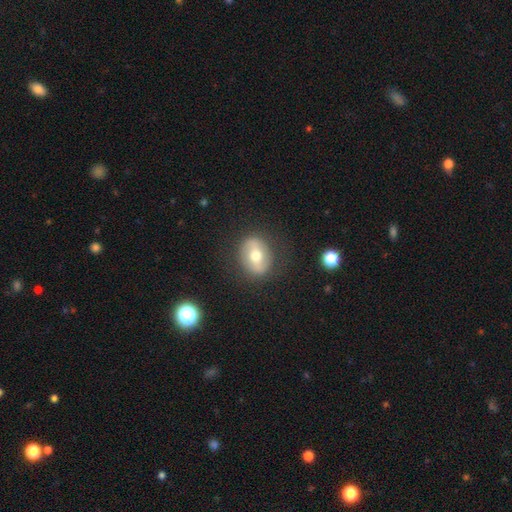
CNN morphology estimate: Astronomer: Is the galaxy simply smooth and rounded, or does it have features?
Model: featured or disk — 52% (runner-up: smooth, 41%).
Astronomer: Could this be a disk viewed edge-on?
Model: no — 93%.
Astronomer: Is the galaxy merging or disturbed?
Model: none — 83%.